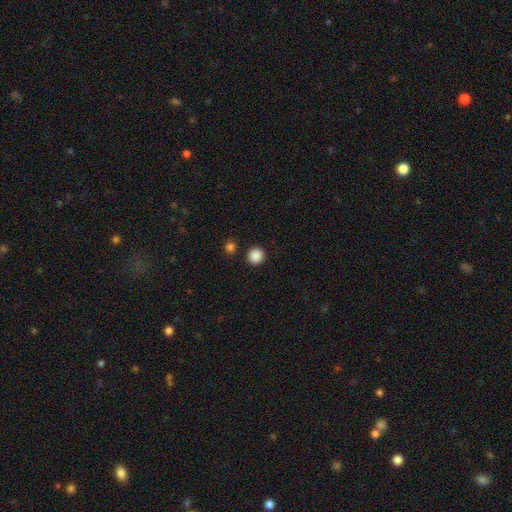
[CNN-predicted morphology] Smooth or featured? smooth (88%)
How rounded? round (91%)
Merging? none (90%)